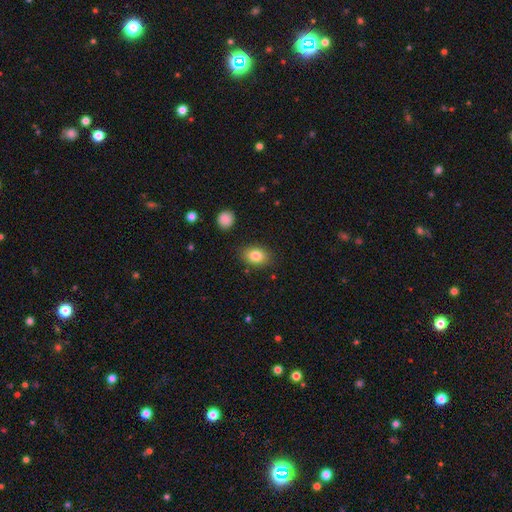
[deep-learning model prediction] A smooth galaxy with no disk features (83%) that is in between round and cigar-shaped (78%). Merging: none (84%).